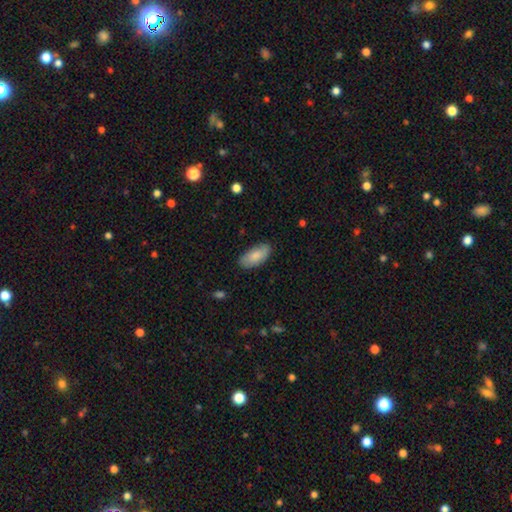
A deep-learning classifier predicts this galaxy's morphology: smooth 82%, featured or disk 12%, star or artifact 6%. Down the decision tree: how rounded — in between (92%); merging — none (80%).